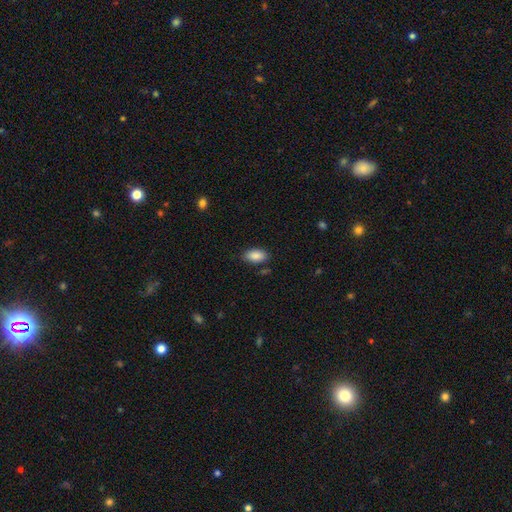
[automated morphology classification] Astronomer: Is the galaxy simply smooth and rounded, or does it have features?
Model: smooth — 89%.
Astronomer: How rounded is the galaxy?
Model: in between — 93%.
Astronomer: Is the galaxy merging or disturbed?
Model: none — 82%.